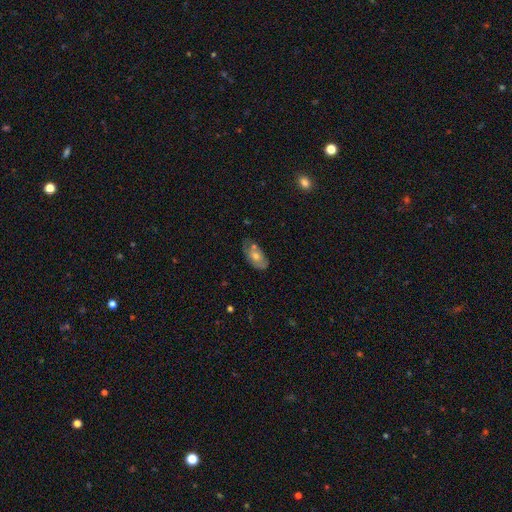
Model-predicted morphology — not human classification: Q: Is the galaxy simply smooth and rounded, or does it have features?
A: featured or disk — 47%.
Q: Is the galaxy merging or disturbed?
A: none — 61%.